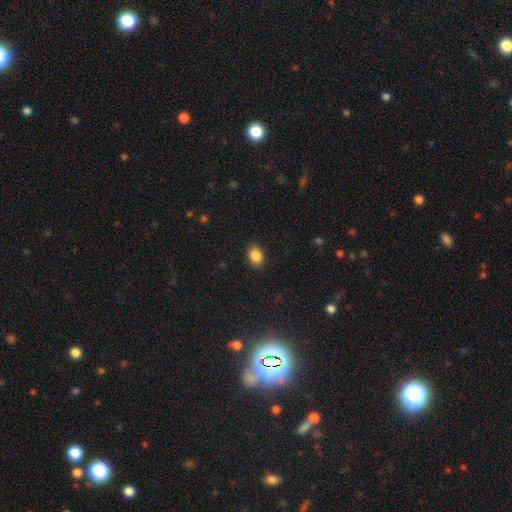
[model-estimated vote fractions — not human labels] Smooth or featured: smooth — 87% (star or artifact — 9%)
How rounded: in between — 61% (round — 38%)
Merging: none — 89% (minor disturbance — 8%)